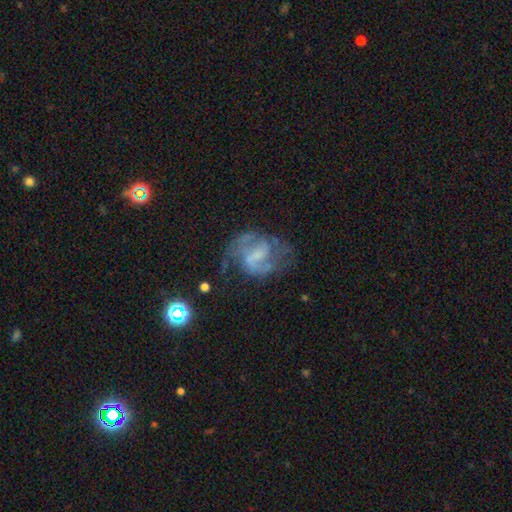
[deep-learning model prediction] smooth_or_featured: featured or disk (p=0.74) [alt: smooth p=0.15]
disk_edge_on: no (p=0.97) [alt: yes p=0.03]
bar: weak (p=0.48) [alt: no p=0.29]
has_spiral_arms: yes (p=0.83) [alt: no p=0.17]
spiral_winding: medium (p=0.48) [alt: loose p=0.31]
spiral_arm_count: 2 (p=0.68) [alt: can't tell p=0.17]
bulge_size: none (p=0.45) [alt: small p=0.29]
merging: none (p=0.52) [alt: major disturbance p=0.23]